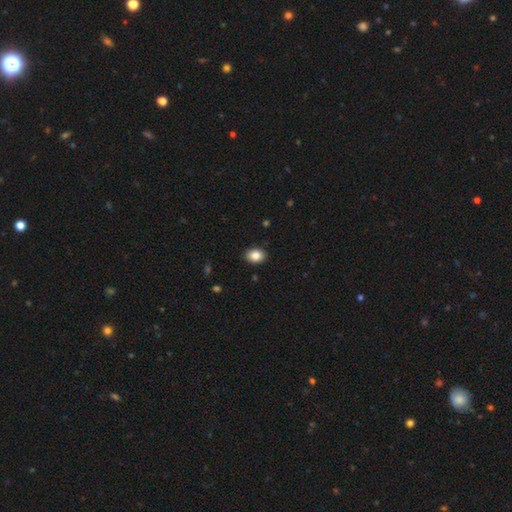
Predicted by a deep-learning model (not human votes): A smooth galaxy with no disk features (86%) that is in between round and cigar-shaped (64%). Merging: none (89%).